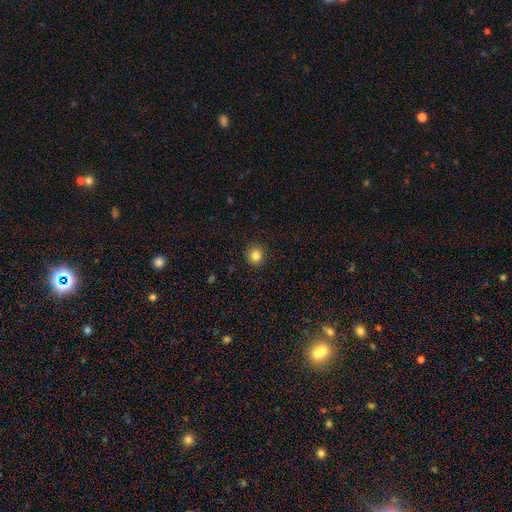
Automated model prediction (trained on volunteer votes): This appears to be a smooth galaxy with no disk features (84%) that is round (90%). Merging: none (91%).